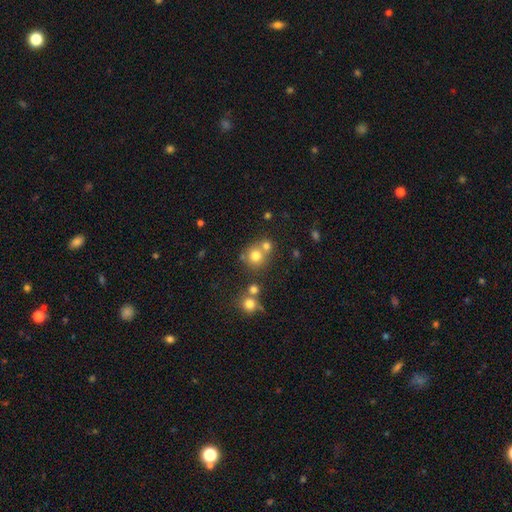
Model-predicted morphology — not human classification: The model was most divided on "merging": none: 54%, merger: 34%, minor disturbance: 8%, major disturbance: 4%. More confident: how rounded — round (87%); smooth or featured — smooth (72%).